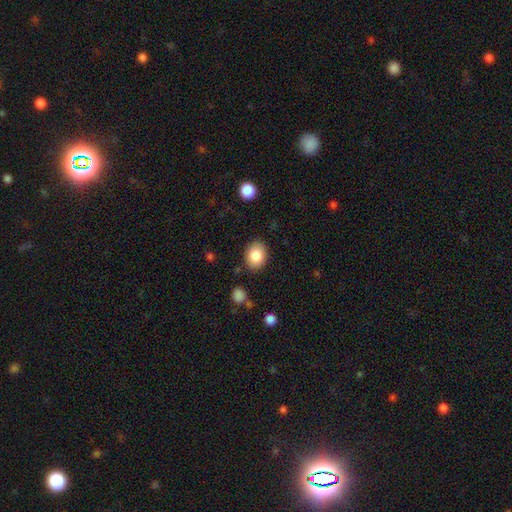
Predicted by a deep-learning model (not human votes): Q: Smooth or featured?
A: smooth (85%); runner-up: star or artifact (8%)
Q: How rounded?
A: in between (60%); runner-up: round (39%)
Q: Merging?
A: none (85%); runner-up: minor disturbance (10%)